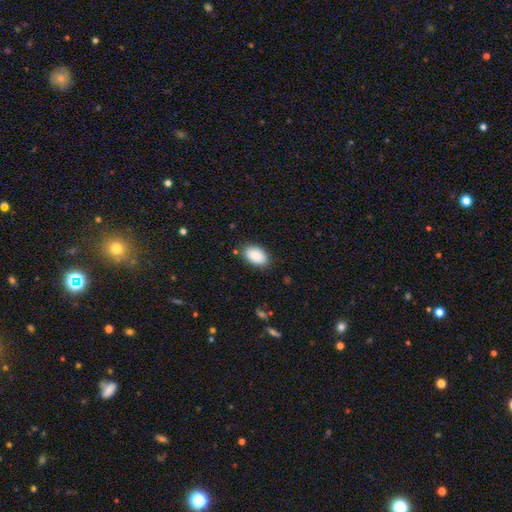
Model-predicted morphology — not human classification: Smooth or featured: smooth — 89% (star or artifact — 6%)
How rounded: in between — 92% (round — 7%)
Merging: none — 85% (minor disturbance — 11%)